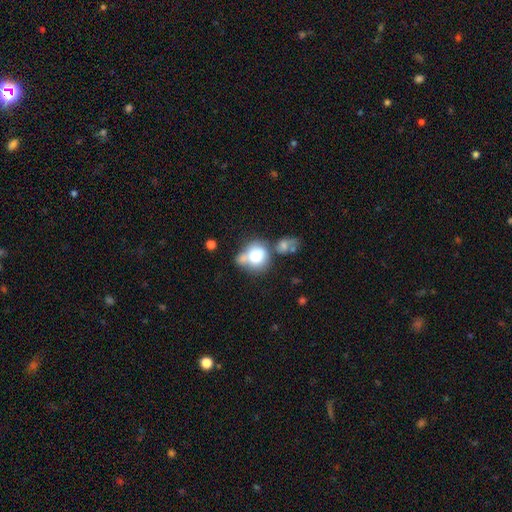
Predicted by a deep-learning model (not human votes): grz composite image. It shows a smooth galaxy with no disk features (72%) that is round (65%). Merging: merger (47%).